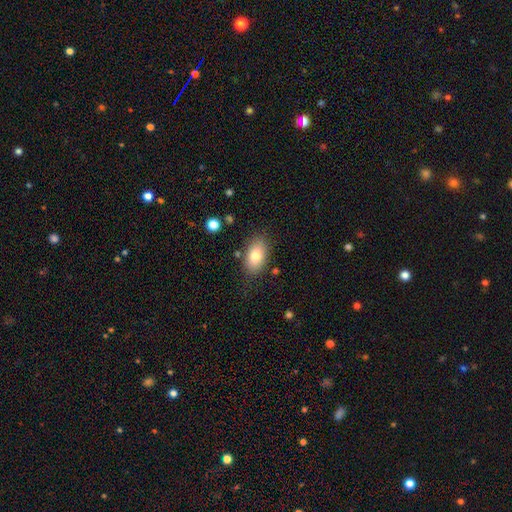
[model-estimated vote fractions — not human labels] Smooth or featured?
  - smooth: 80% *
  - featured or disk: 12%
  - star or artifact: 8%
How rounded?
  - in between: 91% *
  - round: 7%
  - cigar-shaped: 2%
Merging?
  - none: 79% *
  - minor disturbance: 14%
  - major disturbance: 4%
  - merger: 3%